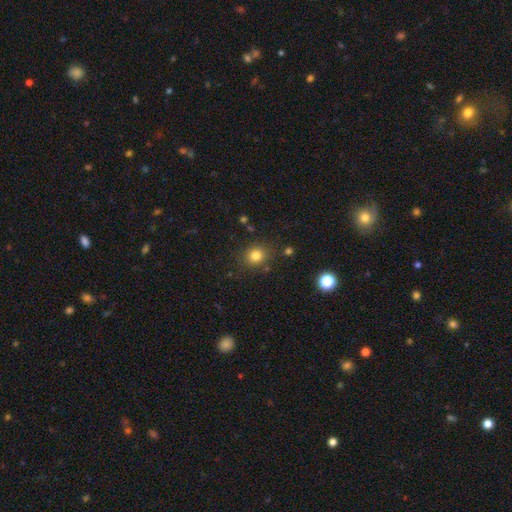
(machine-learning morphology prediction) This appears to be a smooth galaxy with no disk features (81%) that is round (72%). Merging: none (82%).